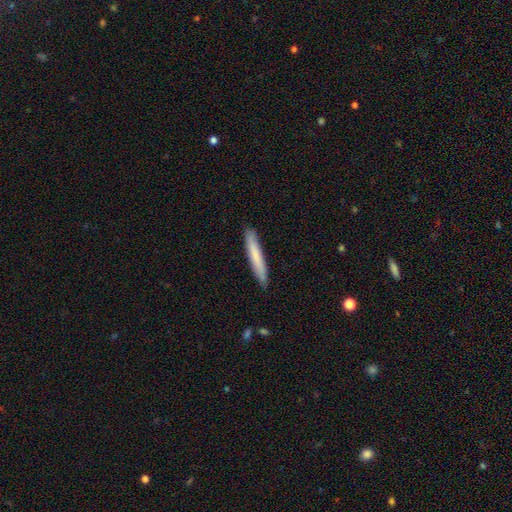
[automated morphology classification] type=smooth (76%); roundness=cigar-shaped (94%); merging=none (88%).